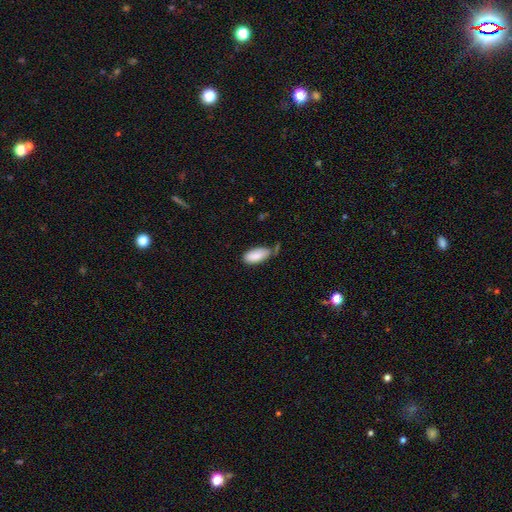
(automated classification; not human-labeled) This appears to be a smooth galaxy with no disk features (86%) that is in between round and cigar-shaped (92%). Merging: none (52%).